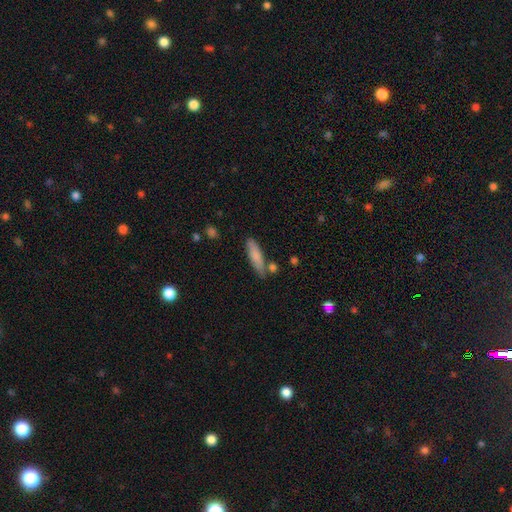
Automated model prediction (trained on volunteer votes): A smooth galaxy with no disk features (79%) that is cigar-shaped (66%).

Vote fractions:
- Smooth or featured? smooth: 79% / featured or disk: 15% / star or artifact: 7%
- How rounded? cigar-shaped: 66% / in between: 32% / round: 2%
- Merging? none: 70% / minor disturbance: 17% / merger: 9% / major disturbance: 4%